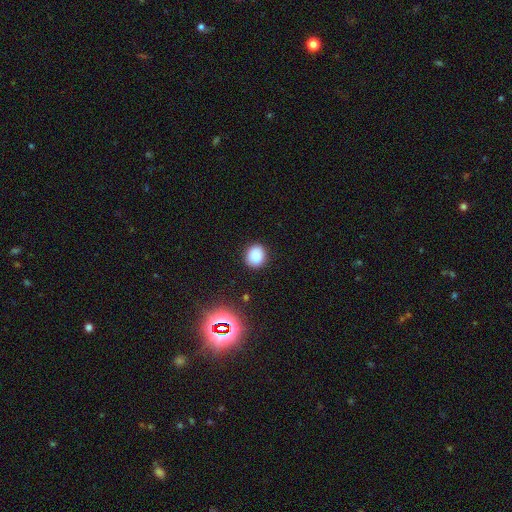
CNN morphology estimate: smooth-or-featured: smooth: 84% | star or artifact: 11% | featured or disk: 4%
  how-rounded: round: 74% | in between: 25% | cigar-shaped: 1%
  merging: none: 88% | minor disturbance: 8% | major disturbance: 2% | merger: 1%